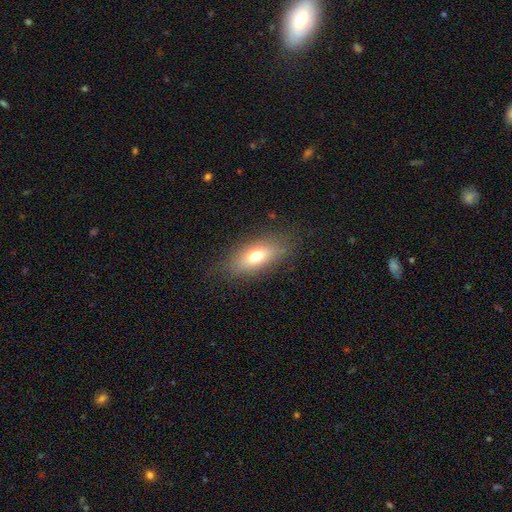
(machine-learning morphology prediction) A smooth galaxy with no disk features (70%) that is in between round and cigar-shaped (80%). Merging: none (80%).